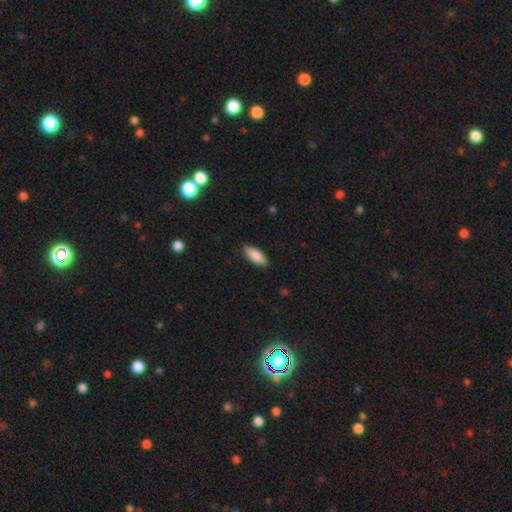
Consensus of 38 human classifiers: Smooth or featured? smooth (89%)
How rounded? in between (65%)
Merging? none (76%)